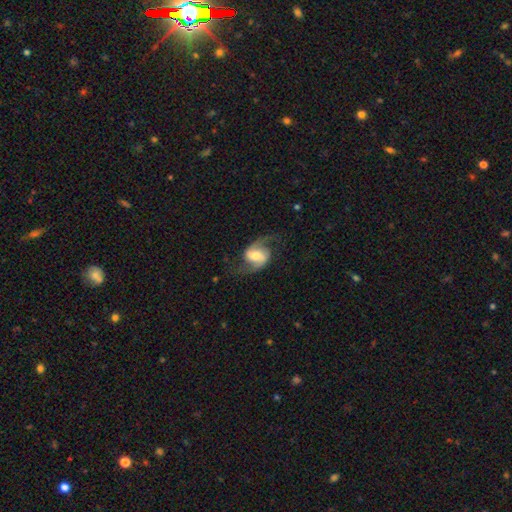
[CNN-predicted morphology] Overall: featured or disk (82%). Edge-on disk: no (97%). Bar: weak (48%; no 27%). Spiral arms: yes (96%). Spiral arm count: 2 (93%). Spiral winding: loose (53%; medium 39%). Bulge size: moderate (56%; small 22%). Merging: none (73%).